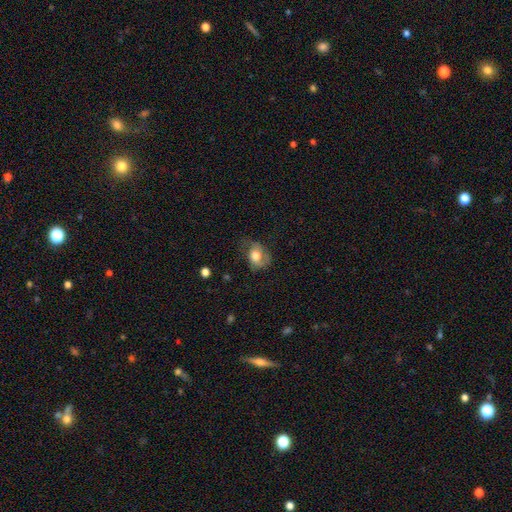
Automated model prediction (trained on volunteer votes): This is likely a smooth galaxy (67%). How rounded: possibly in between (57%). Merging: marginally none (42%).